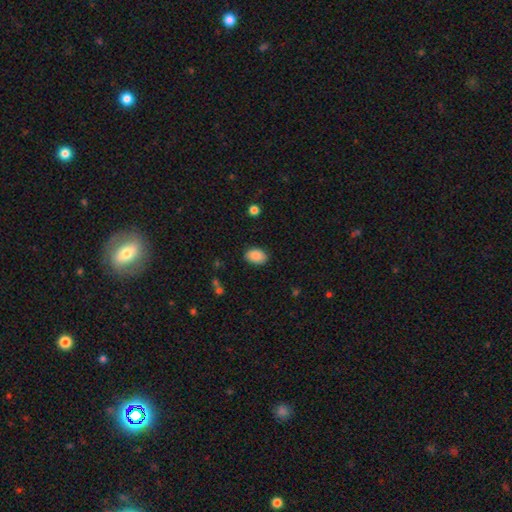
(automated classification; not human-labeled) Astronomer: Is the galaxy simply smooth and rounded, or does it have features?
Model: smooth — 88%.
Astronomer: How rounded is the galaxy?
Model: in between — 86%.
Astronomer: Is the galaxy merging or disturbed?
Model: none — 85%.